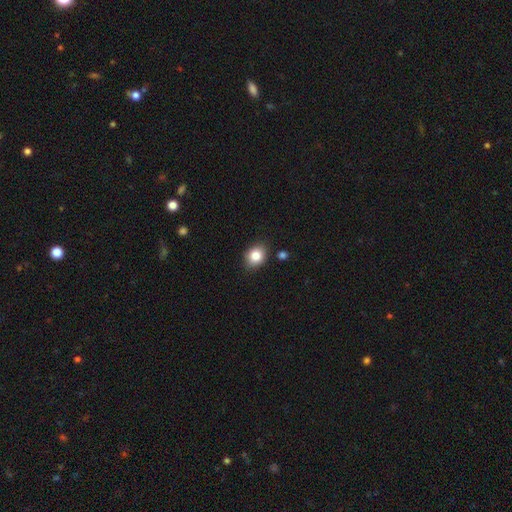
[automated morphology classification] This appears to be a smooth galaxy with no disk features (83%) that is round (50%). Merging: none (83%).